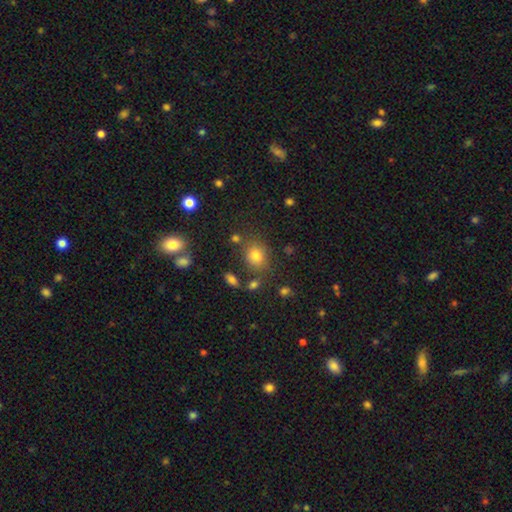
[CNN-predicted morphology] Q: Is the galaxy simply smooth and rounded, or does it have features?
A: smooth — 78%.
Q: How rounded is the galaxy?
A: round — 63%.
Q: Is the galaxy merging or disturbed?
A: none — 75%.